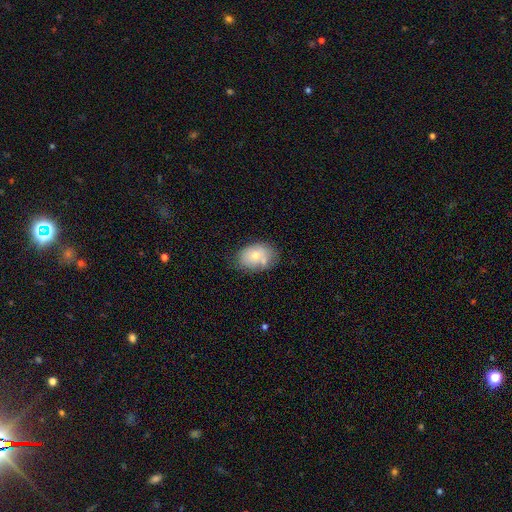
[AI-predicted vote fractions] Smooth or featured? Predicted: smooth (p=0.70). How rounded? Predicted: in between (p=0.80). Merging? Predicted: none (p=0.58).